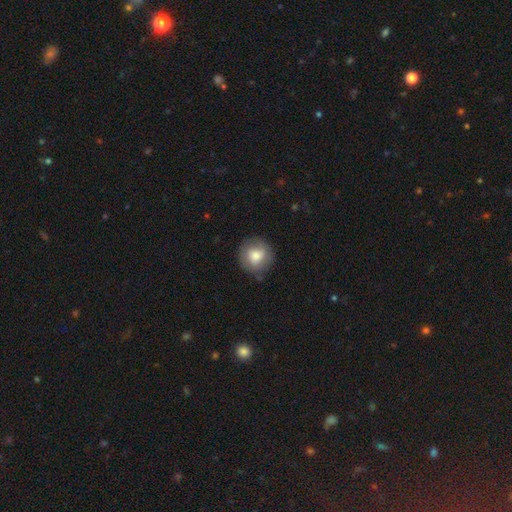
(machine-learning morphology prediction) A smooth galaxy with no disk features (77%) that is round (91%).

Vote fractions:
- Smooth or featured? smooth: 77% / featured or disk: 15% / star or artifact: 8%
- How rounded? round: 91% / in between: 8% / cigar-shaped: 1%
- Merging? none: 81% / minor disturbance: 14% / major disturbance: 4% / merger: 1%